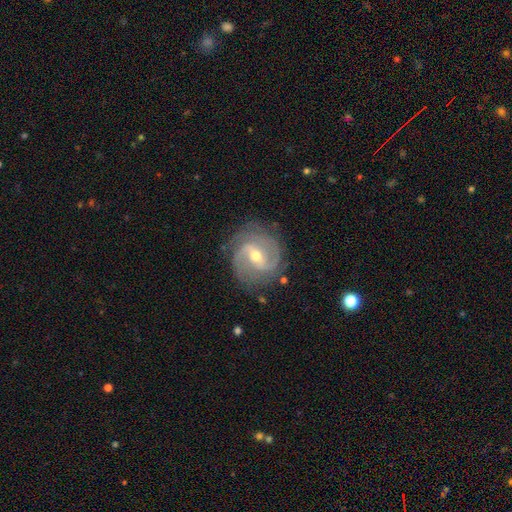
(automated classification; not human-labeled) Morphology: type=featured or disk (89%); edge-on=no (97%); bar=weak (51%); spiral arms=yes (97%); winding=medium (48%); arm count=2 (65%); bulge=moderate (56%); merging=none (78%).